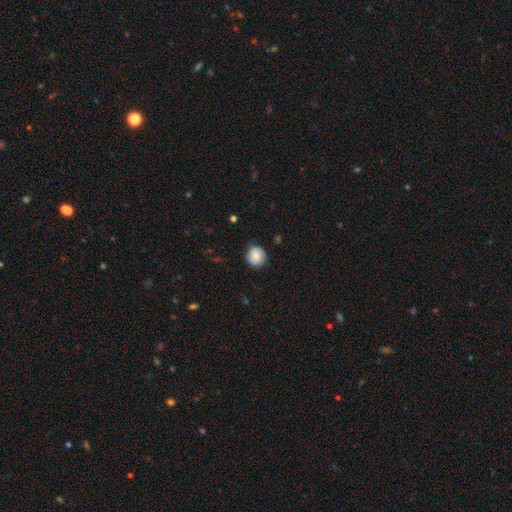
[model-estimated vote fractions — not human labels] Morphology: type=smooth (72%); roundness=round (88%); merging=none (80%).